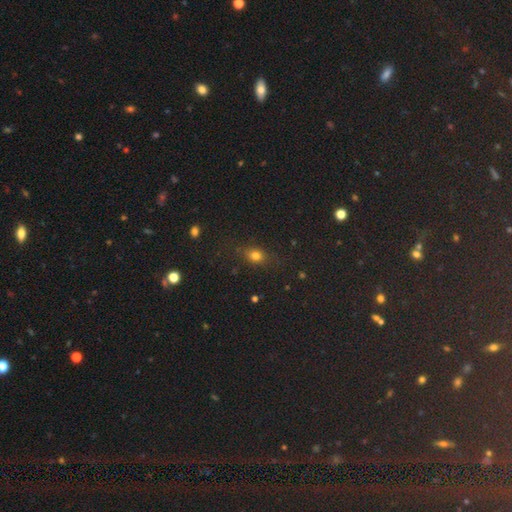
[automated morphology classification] smooth_or_featured: smooth (p=0.72) [alt: star or artifact p=0.19]
how_rounded: in between (p=0.50) [alt: round p=0.44]
merging: none (p=0.79) [alt: minor disturbance p=0.14]